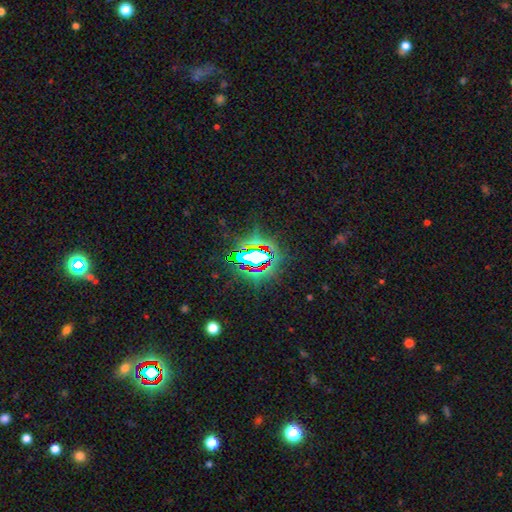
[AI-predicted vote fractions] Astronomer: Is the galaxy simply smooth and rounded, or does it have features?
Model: star or artifact — 72%.